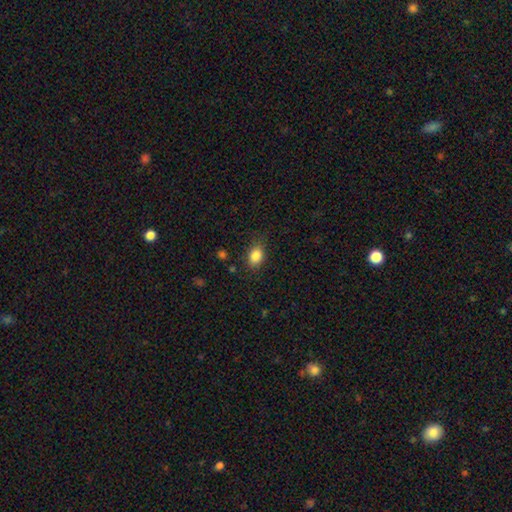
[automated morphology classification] The model was most divided on "how rounded": in between: 77%, round: 22%, cigar-shaped: 1%. More confident: smooth or featured — smooth (85%); merging — none (80%).